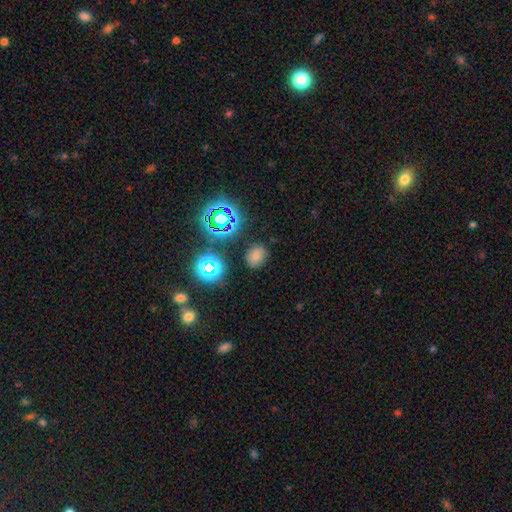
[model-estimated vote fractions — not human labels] This appears to be a smooth galaxy with no disk features (68%) that is in between round and cigar-shaped (52%). Merging: none (82%).